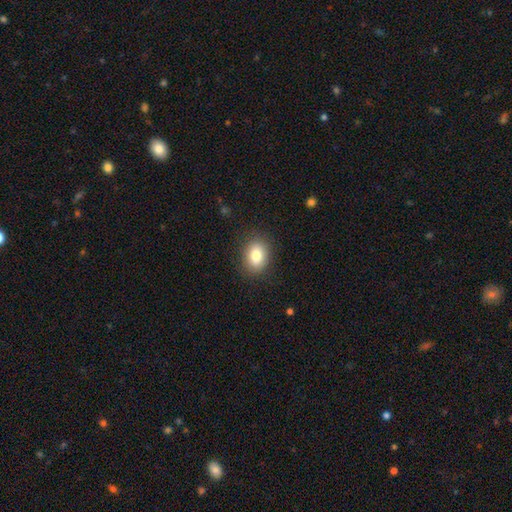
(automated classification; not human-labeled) smooth 82%, featured or disk 9%, star or artifact 9%. Down the decision tree: how rounded — in between (66%); merging — none (87%).